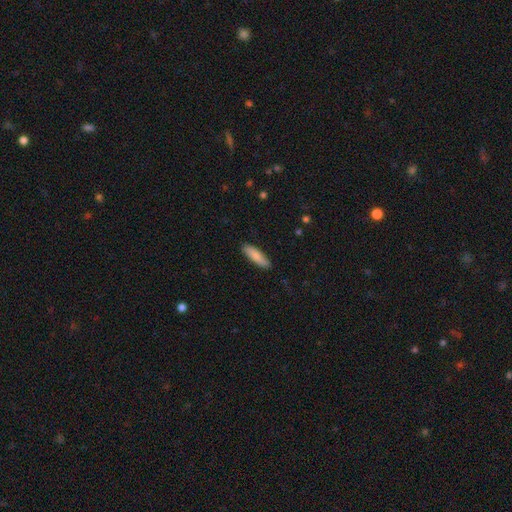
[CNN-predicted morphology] Q: Smooth or featured?
A: smooth (83%); runner-up: featured or disk (12%)
Q: How rounded?
A: cigar-shaped (62%); runner-up: in between (37%)
Q: Merging?
A: none (88%); runner-up: minor disturbance (9%)